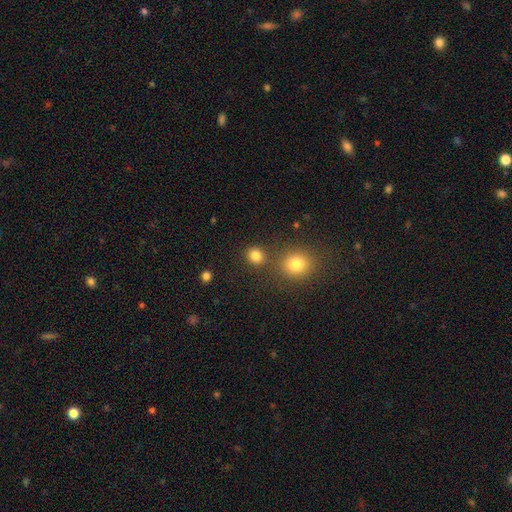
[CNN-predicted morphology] A smooth galaxy with no disk features (82%) that is round (86%). Merging: none (80%).